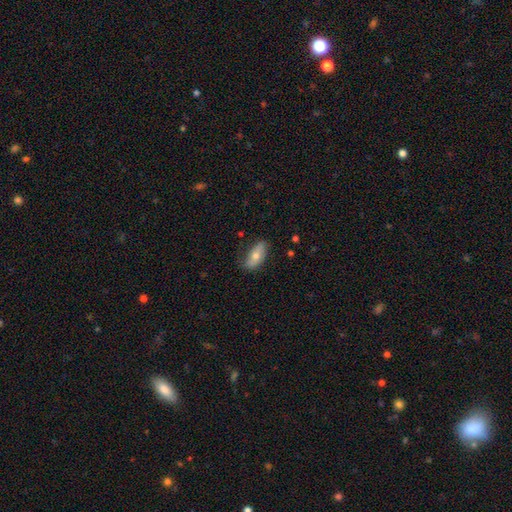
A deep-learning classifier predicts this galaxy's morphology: smooth 62%, featured or disk 31%, star or artifact 7%. Down the decision tree: how rounded — in between (86%); merging — none (69%).